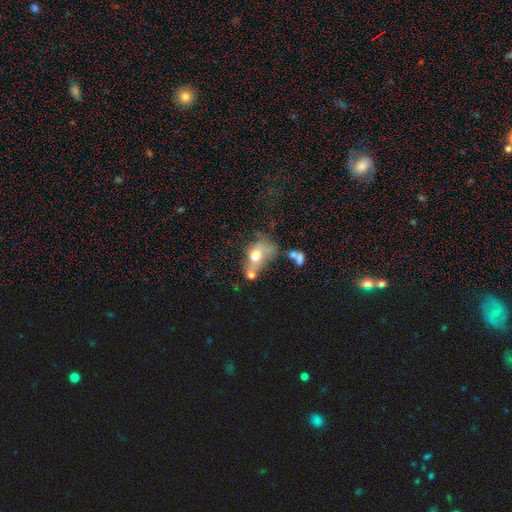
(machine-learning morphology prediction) Q: Smooth or featured?
A: smooth (57%); runner-up: featured or disk (30%)
Q: How rounded?
A: in between (70%); runner-up: round (27%)
Q: Merging?
A: merger (42%); runner-up: major disturbance (23%)